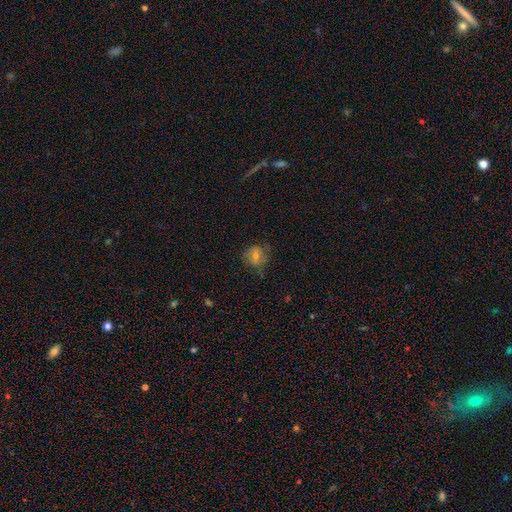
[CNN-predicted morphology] This appears to be a smooth galaxy with no disk features (54%) that is round (82%). Merging: none (68%).